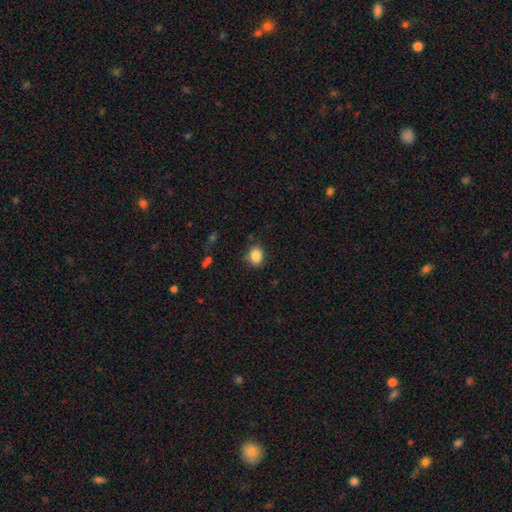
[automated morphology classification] This is clearly a smooth galaxy (86%). How rounded: possibly round (56%). Merging: clearly none (81%).